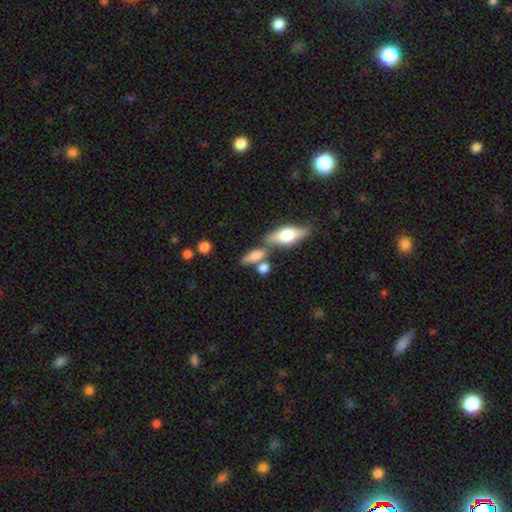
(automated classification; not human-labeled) This is likely a smooth galaxy (67%). How rounded: likely in between (65%). Merging: possibly none (53%).